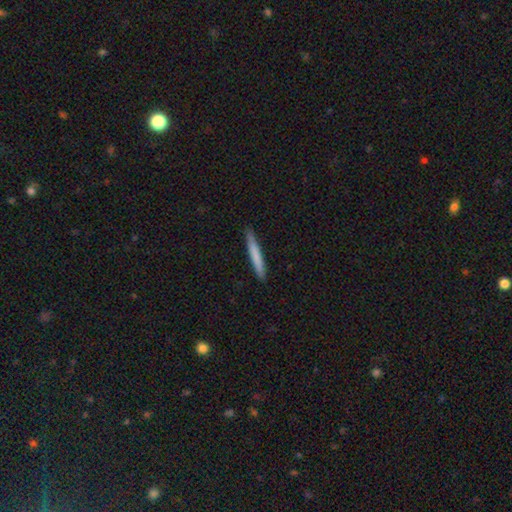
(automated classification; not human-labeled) smooth 74%, featured or disk 21%, star or artifact 6%. Down the decision tree: how rounded — cigar-shaped (96%); merging — none (89%).